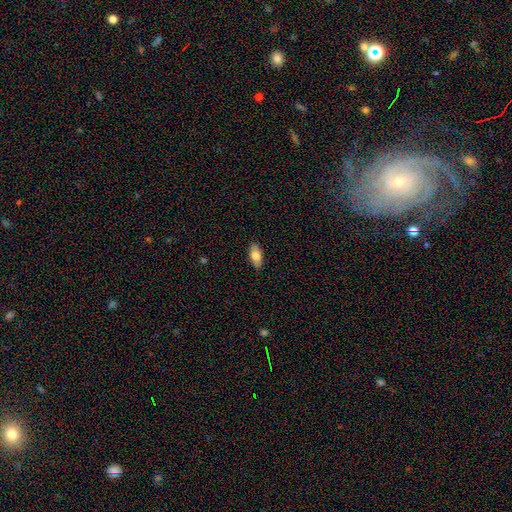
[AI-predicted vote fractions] A smooth galaxy with no disk features (75%) that is in between round and cigar-shaped (88%). Merging: none (85%).